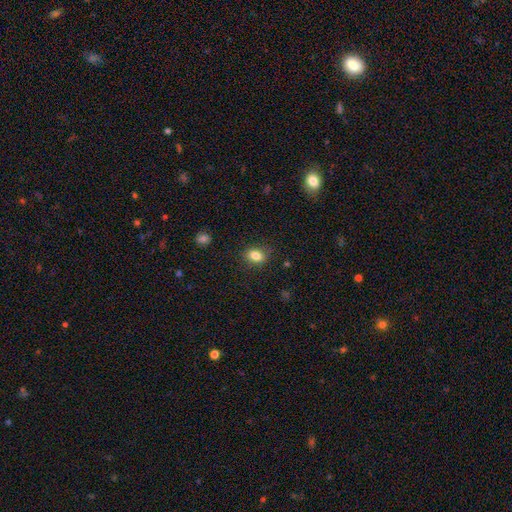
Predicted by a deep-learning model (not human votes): Overall: smooth (82%). How rounded: in between (66%; round 32%). Merging: none (84%).